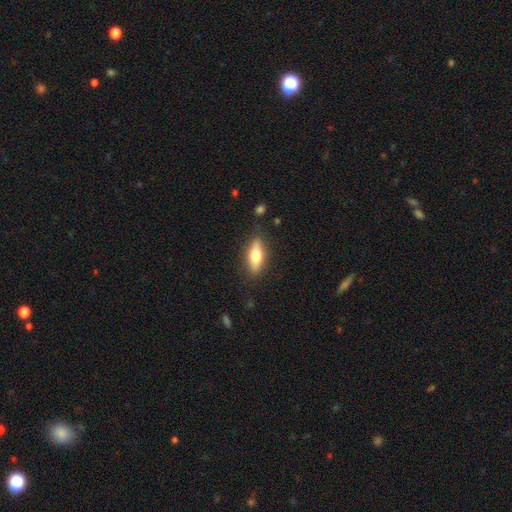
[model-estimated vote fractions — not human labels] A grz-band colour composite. It shows a smooth galaxy with no disk features (61%) that is in between round and cigar-shaped (58%). Merging: none (84%).